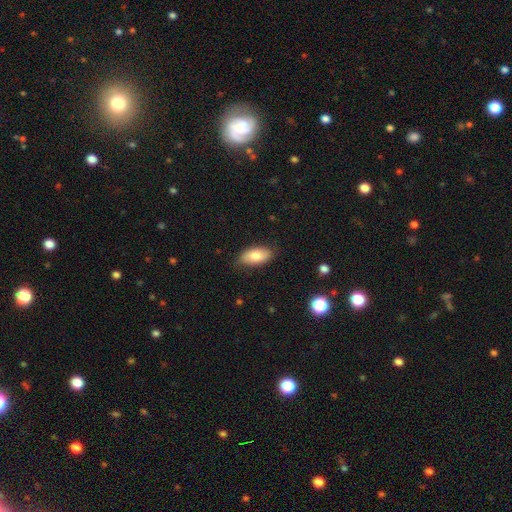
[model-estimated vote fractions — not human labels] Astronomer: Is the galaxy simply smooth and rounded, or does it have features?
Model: smooth — 78%.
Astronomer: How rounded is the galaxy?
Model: in between — 93%.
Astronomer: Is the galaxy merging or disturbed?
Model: none — 82%.